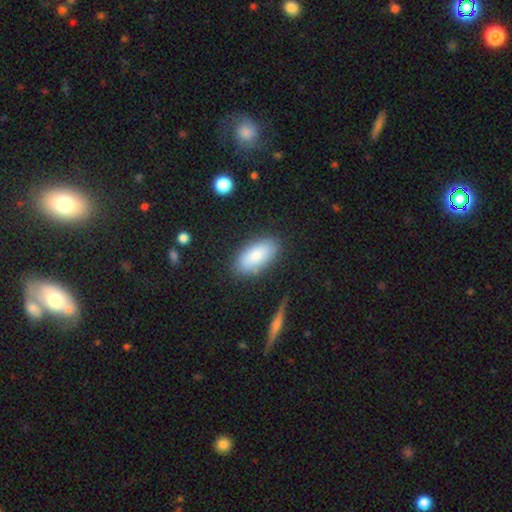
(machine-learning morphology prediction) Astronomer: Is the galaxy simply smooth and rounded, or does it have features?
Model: smooth — 82%.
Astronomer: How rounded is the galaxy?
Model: in between — 92%.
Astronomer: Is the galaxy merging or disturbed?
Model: none — 81%.